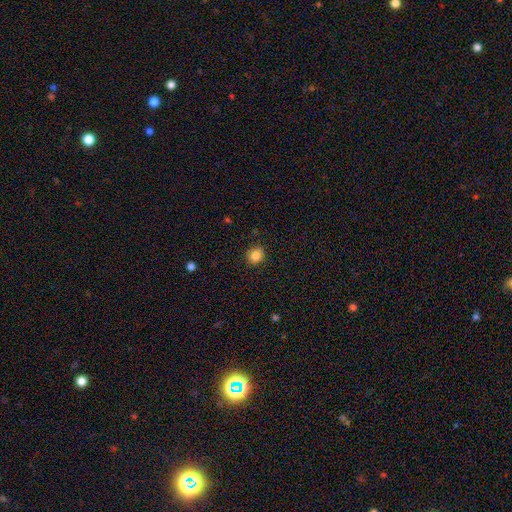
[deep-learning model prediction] Smooth or featured?
  - smooth: 84% *
  - star or artifact: 10%
  - featured or disk: 5%
How rounded?
  - round: 72% *
  - in between: 27%
  - cigar-shaped: 1%
Merging?
  - none: 87% *
  - minor disturbance: 10%
  - major disturbance: 2%
  - merger: 1%